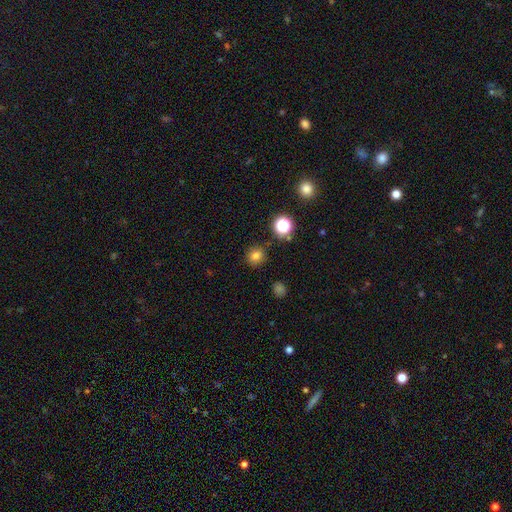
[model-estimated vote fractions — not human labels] Smooth or featured? Predicted: smooth (p=0.78). How rounded? Predicted: round (p=0.89). Merging? Predicted: none (p=0.88).